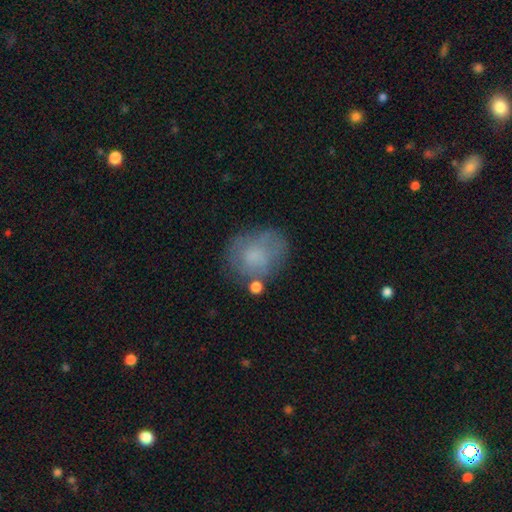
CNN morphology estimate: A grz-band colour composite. It shows a smooth galaxy with no disk features (62%) that is round (57%). Merging: none (56%).